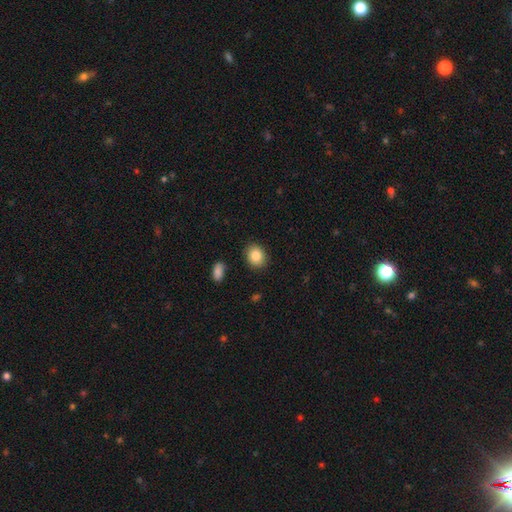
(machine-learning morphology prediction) A smooth galaxy with no disk features (85%) that is round (53%).

Vote fractions:
- Smooth or featured? smooth: 85% / star or artifact: 8% / featured or disk: 6%
- How rounded? round: 53% / in between: 46% / cigar-shaped: 1%
- Merging? none: 87% / minor disturbance: 9% / major disturbance: 2% / merger: 2%